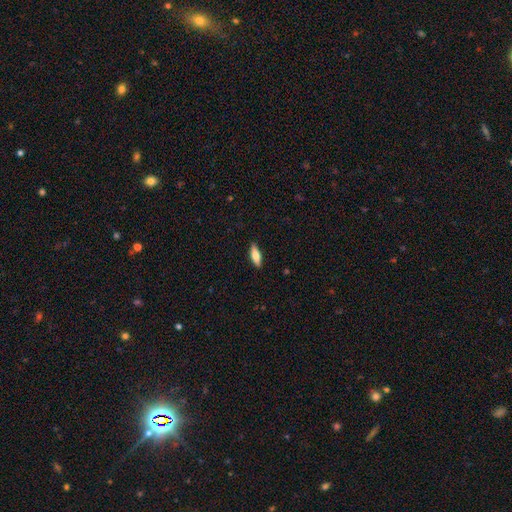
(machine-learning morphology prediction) Q: Smooth or featured?
A: smooth (68%); runner-up: featured or disk (26%)
Q: How rounded?
A: in between (53%); runner-up: cigar-shaped (45%)
Q: Merging?
A: none (89%); runner-up: minor disturbance (9%)